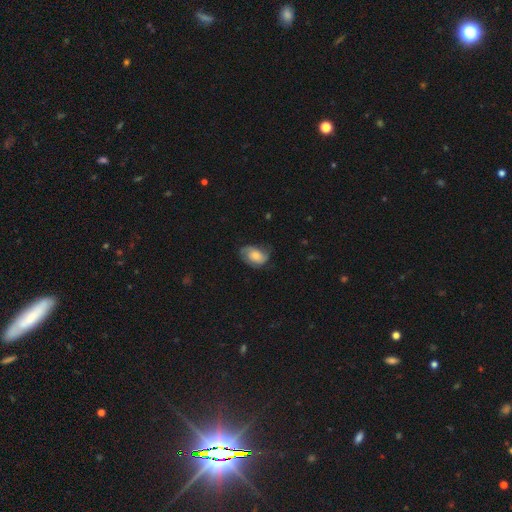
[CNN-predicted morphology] Smooth or featured? Predicted: featured or disk (p=0.47). Merging? Predicted: none (p=0.59).